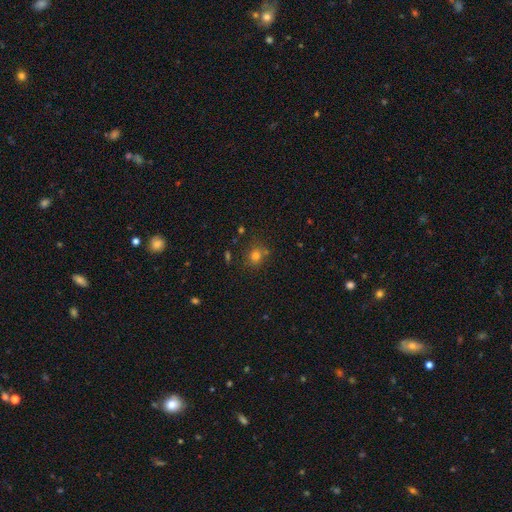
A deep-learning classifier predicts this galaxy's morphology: The model was most divided on "smooth or featured": smooth: 74%, star or artifact: 18%, featured or disk: 8%. More confident: how rounded — round (78%); merging — none (72%).